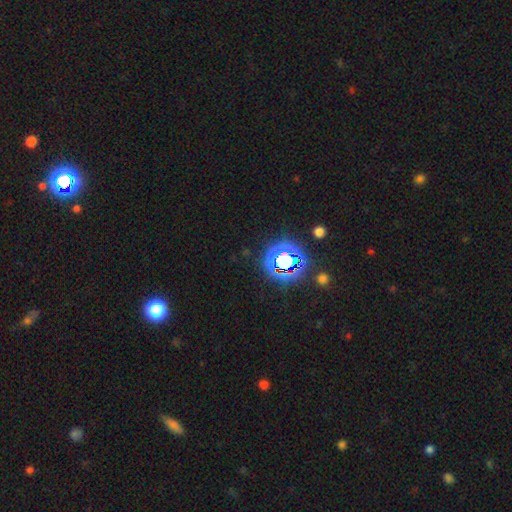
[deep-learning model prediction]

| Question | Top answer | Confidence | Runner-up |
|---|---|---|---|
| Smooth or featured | star or artifact | 80% | smooth (14%) |